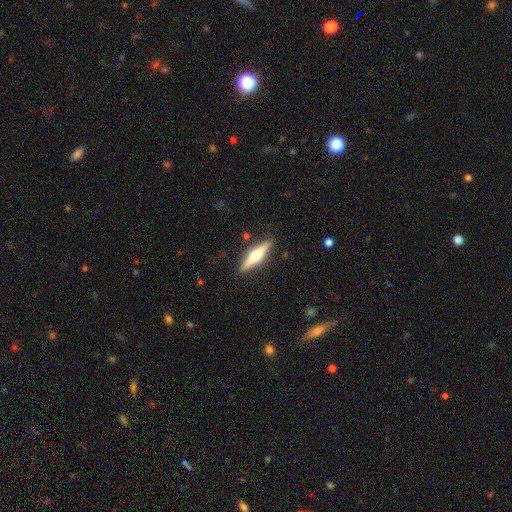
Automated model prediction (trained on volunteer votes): A featured or disk galaxy (67%) viewed edge-on (97%) with a rounded central bulge (93%). Merging: none (89%).